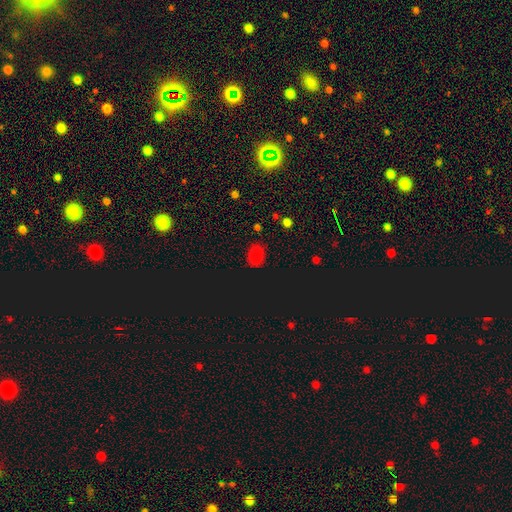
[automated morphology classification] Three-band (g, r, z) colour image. It shows a smooth galaxy with no disk features (68%) that is in between round and cigar-shaped (65%). Merging: none (78%).